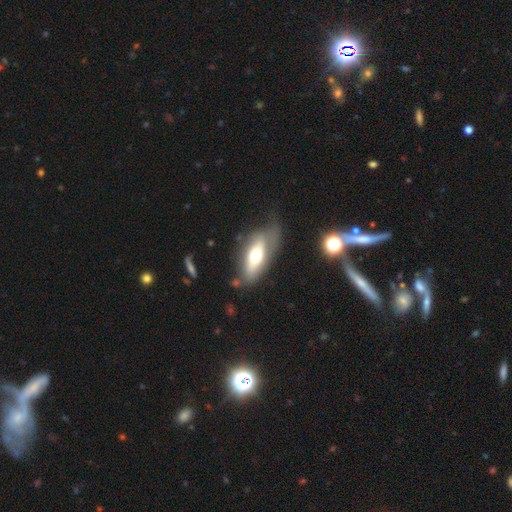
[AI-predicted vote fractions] Smooth or featured: smooth — 55% (featured or disk — 38%)
How rounded: in between — 77% (cigar-shaped — 20%)
Merging: none — 50% (minor disturbance — 28%)